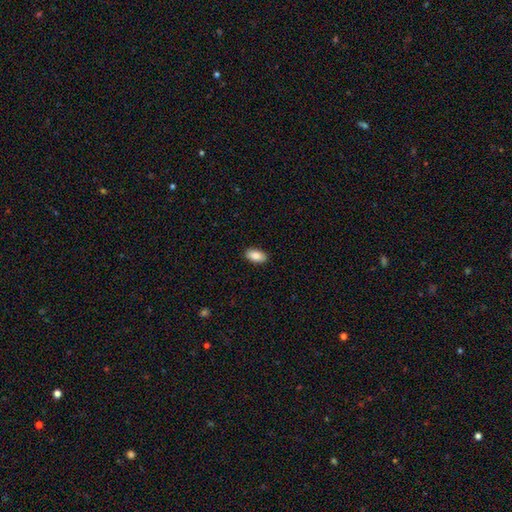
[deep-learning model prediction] smooth_or_featured: smooth (p=0.88) [alt: star or artifact p=0.07]
how_rounded: in between (p=0.94) [alt: round p=0.03]
merging: none (p=0.89) [alt: minor disturbance p=0.08]